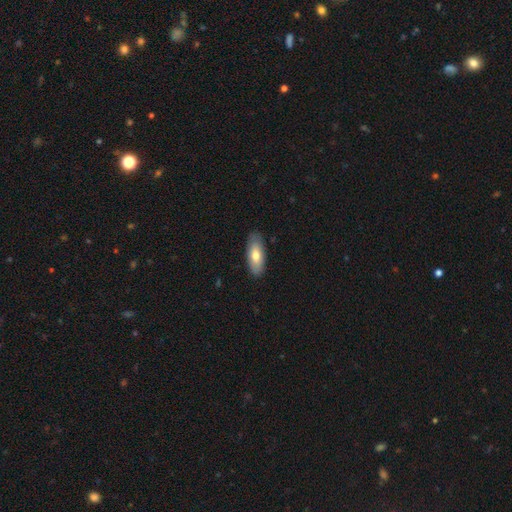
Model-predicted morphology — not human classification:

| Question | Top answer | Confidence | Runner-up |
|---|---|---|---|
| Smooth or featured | smooth | 72% | featured or disk (22%) |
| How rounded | in between | 79% | cigar-shaped (18%) |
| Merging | none | 86% | minor disturbance (11%) |